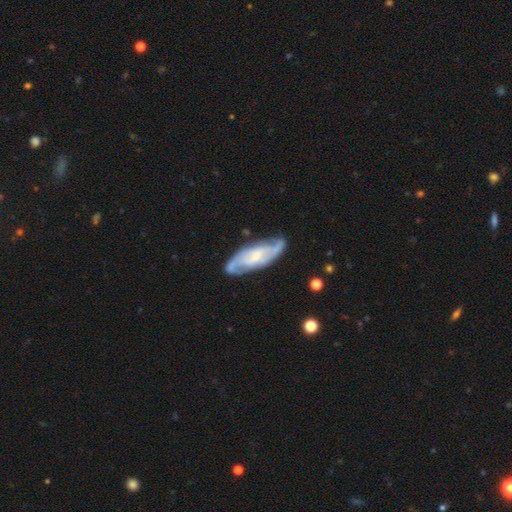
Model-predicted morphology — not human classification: smooth-or-featured: featured or disk: 81% | smooth: 14% | star or artifact: 5%
  disk-edge-on: no: 87% | yes: 13%
    bar: no: 45% | weak: 40% | strong: 15%
    has-spiral-arms: yes: 94% | no: 6%
      spiral-winding: medium: 44% | tight: 41% | loose: 15%
      spiral-arm-count: 2: 69% | can't tell: 16% | 3: 8% | 4: 2% | 1: 2% | more than 4: 2%
    bulge-size: small: 51% | moderate: 25% | none: 18% | large: 4% | dominant: 1%
  merging: none: 76% | minor disturbance: 17% | major disturbance: 5% | merger: 2%